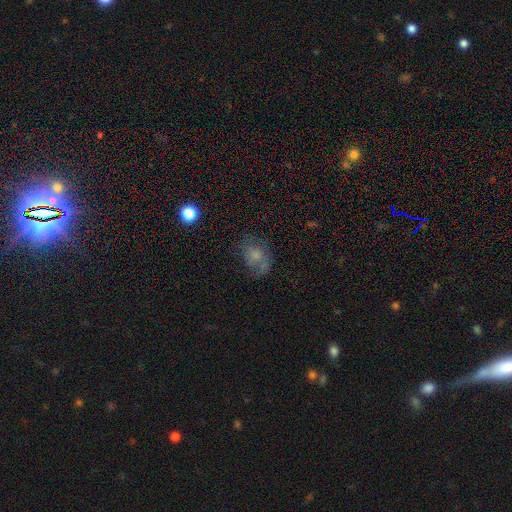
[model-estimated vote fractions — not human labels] Smooth or featured: smooth — 61% (featured or disk — 25%)
How rounded: in between — 53% (round — 46%)
Merging: none — 48% (minor disturbance — 25%)